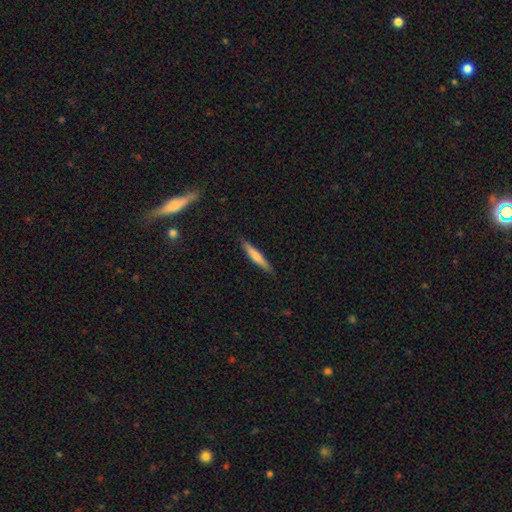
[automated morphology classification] Smooth or featured?
  - smooth: 61% *
  - featured or disk: 33%
  - star or artifact: 6%
How rounded?
  - cigar-shaped: 93% *
  - in between: 6%
  - round: 1%
Merging?
  - none: 88% *
  - minor disturbance: 9%
  - major disturbance: 2%
  - merger: 1%